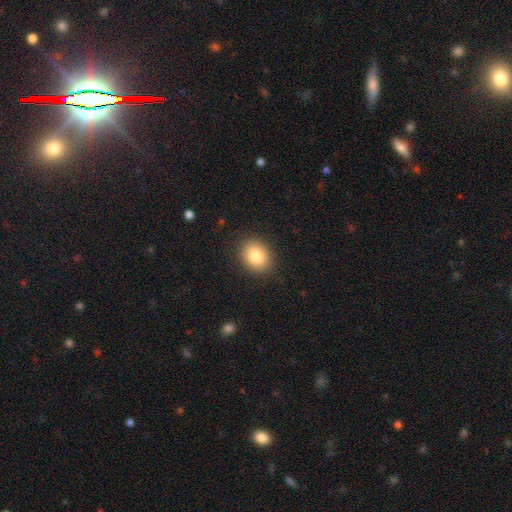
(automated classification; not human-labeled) smooth-or-featured: smooth: 84% | star or artifact: 9% | featured or disk: 8%
  how-rounded: round: 51% | in between: 48% | cigar-shaped: 1%
  merging: none: 88% | minor disturbance: 8% | major disturbance: 2% | merger: 1%